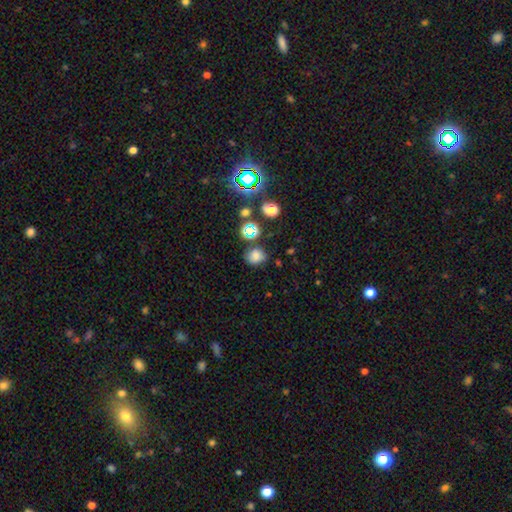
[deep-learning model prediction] A smooth galaxy with no disk features (69%) that is round (59%). Merging: none (69%).